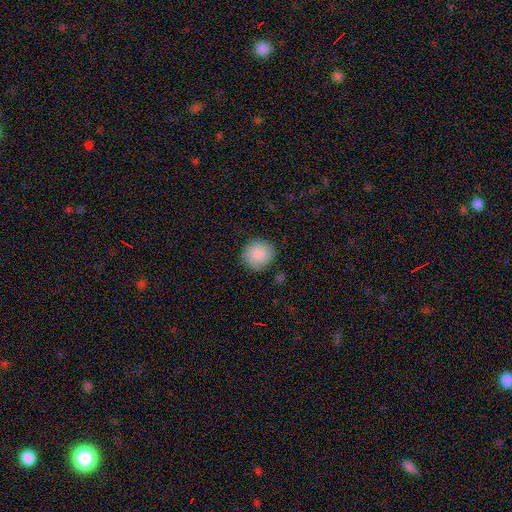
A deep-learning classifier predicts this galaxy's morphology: Overall: smooth (89%). How rounded: round (89%). Merging: none (86%).